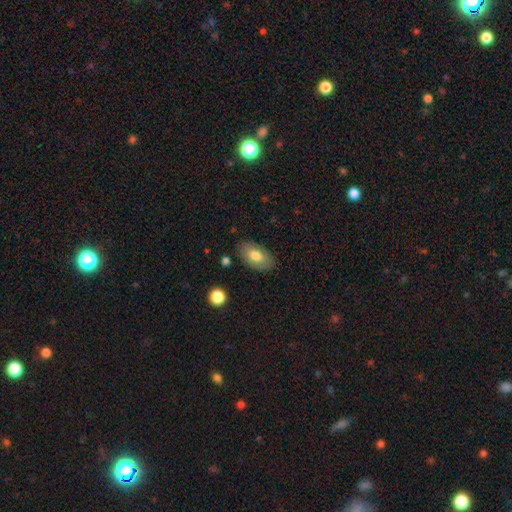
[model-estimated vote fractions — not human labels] Smooth or featured? Predicted: smooth (p=0.73). How rounded? Predicted: in between (p=0.93). Merging? Predicted: none (p=0.84).